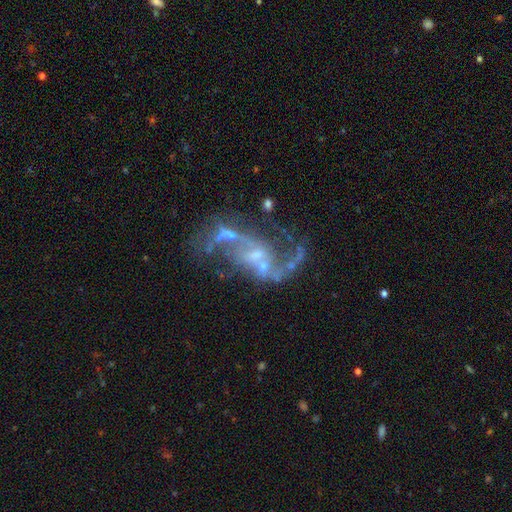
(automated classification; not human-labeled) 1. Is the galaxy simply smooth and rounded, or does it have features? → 84% featured or disk, 10% star or artifact, 6% smooth.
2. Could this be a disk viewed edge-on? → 97% no, 3% yes.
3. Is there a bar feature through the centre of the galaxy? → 46% no, 39% weak, 15% strong.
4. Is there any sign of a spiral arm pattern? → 86% yes, 14% no.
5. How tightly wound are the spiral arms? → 74% loose, 21% medium, 5% tight.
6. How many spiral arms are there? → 79% 2, 7% 1, 7% can't tell, 3% 3, 2% 4, 2% more than 4.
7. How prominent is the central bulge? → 56% small, 22% moderate, 18% none, 2% large, 1% dominant.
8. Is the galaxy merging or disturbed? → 34% none, 29% merger, 24% major disturbance, 13% minor disturbance.